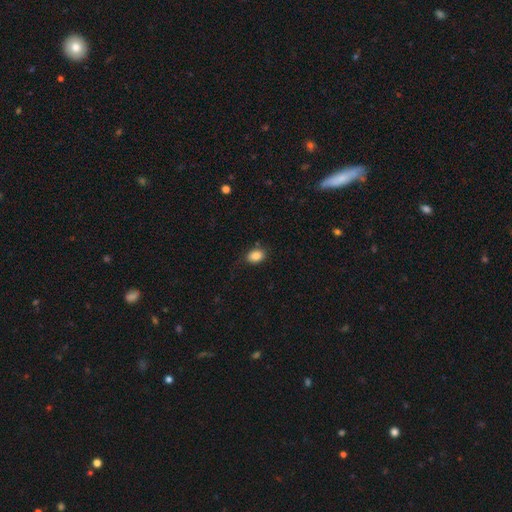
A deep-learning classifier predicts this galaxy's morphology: smooth-or-featured: smooth: 87% | star or artifact: 9% | featured or disk: 5%
  how-rounded: in between: 80% | round: 19% | cigar-shaped: 1%
  merging: none: 80% | minor disturbance: 15% | major disturbance: 4% | merger: 2%